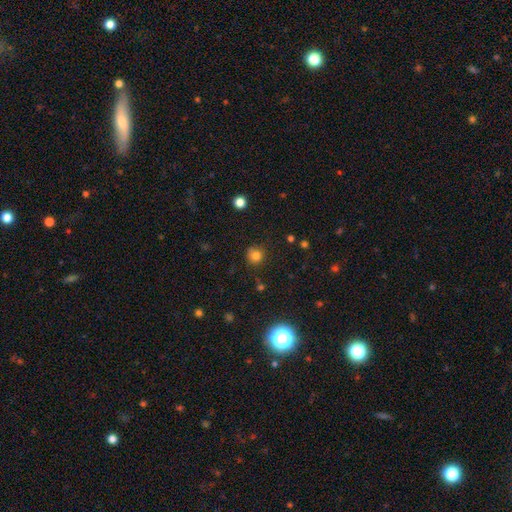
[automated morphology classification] The model was most divided on "merging": none: 78%, minor disturbance: 16%, major disturbance: 4%, merger: 2%. More confident: how rounded — round (88%); smooth or featured — smooth (79%).